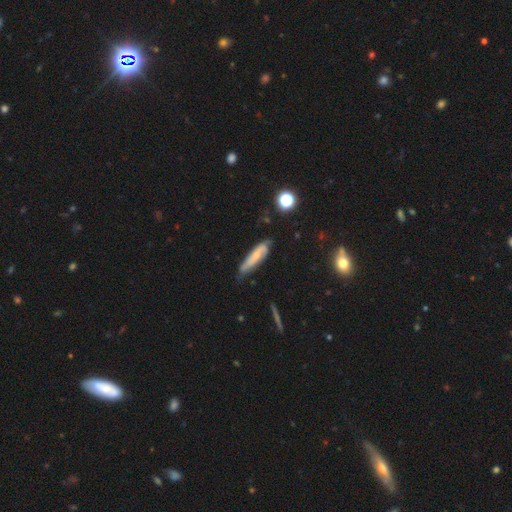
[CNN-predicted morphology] This appears to be a featured or disk galaxy (47%). Merging: none (55%).